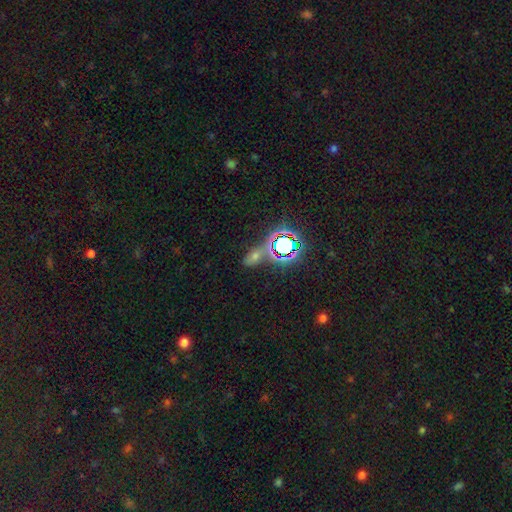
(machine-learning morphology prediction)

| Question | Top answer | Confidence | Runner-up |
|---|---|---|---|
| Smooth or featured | star or artifact | 53% | smooth (33%) |